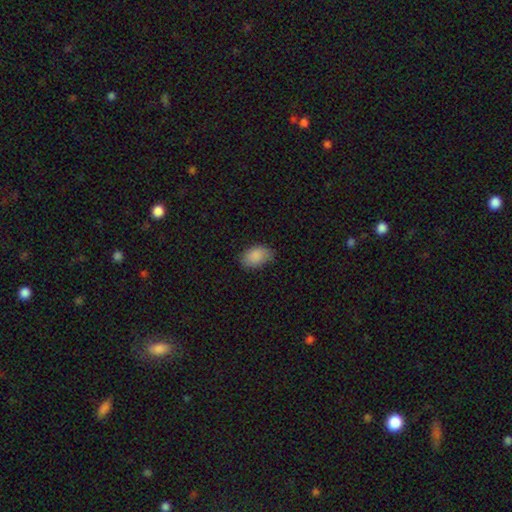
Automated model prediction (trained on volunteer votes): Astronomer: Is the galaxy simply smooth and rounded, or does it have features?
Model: smooth — 88%.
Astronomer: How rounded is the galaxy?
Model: in between — 91%.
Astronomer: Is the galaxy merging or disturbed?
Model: none — 78%.